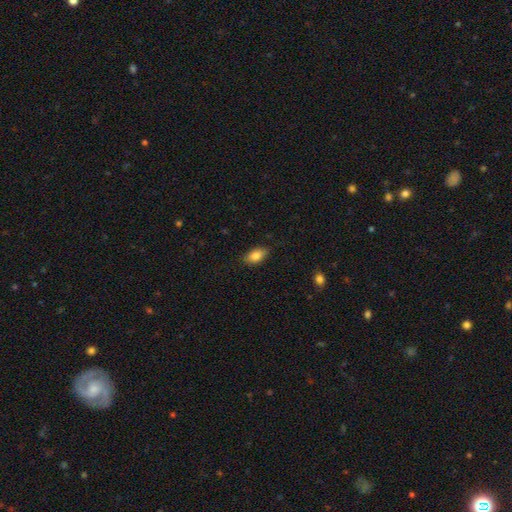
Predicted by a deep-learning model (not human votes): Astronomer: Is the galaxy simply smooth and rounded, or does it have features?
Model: smooth — 84%.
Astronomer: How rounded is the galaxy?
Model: in between — 89%.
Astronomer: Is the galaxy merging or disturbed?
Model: none — 83%.